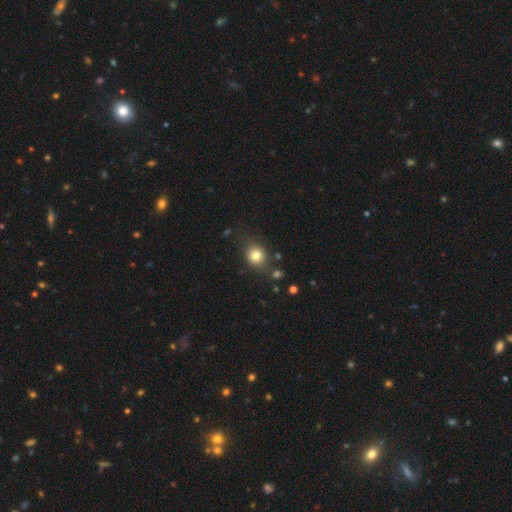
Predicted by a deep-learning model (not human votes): Smooth or featured? Predicted: smooth (p=0.80). How rounded? Predicted: round (p=0.62). Merging? Predicted: none (p=0.76).